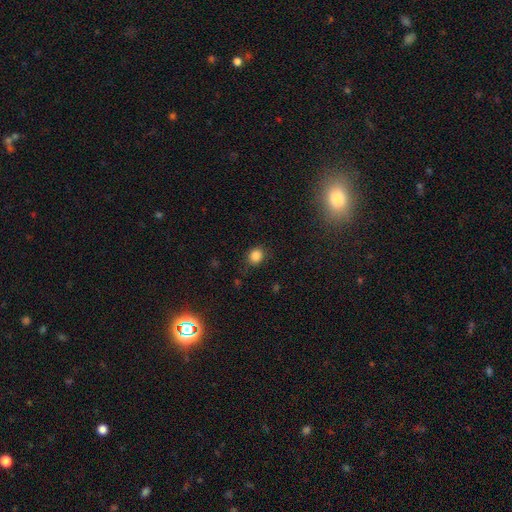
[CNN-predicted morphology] Smooth or featured: smooth — 85% (star or artifact — 11%)
How rounded: round — 73% (in between — 26%)
Merging: none — 80% (minor disturbance — 14%)